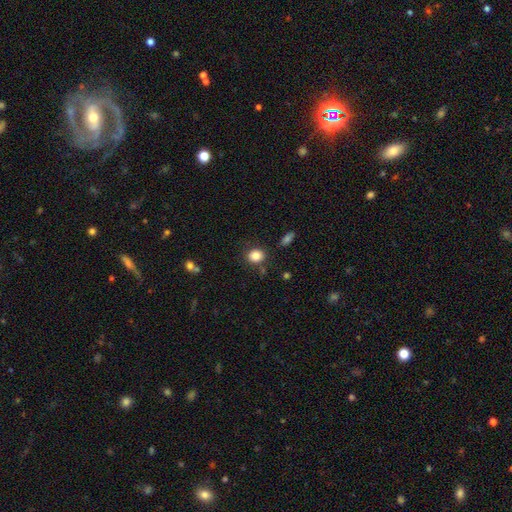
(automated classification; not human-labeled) smooth_or_featured: smooth (p=0.84) [alt: star or artifact p=0.10]
how_rounded: round (p=0.66) [alt: in between p=0.33]
merging: none (p=0.80) [alt: minor disturbance p=0.12]